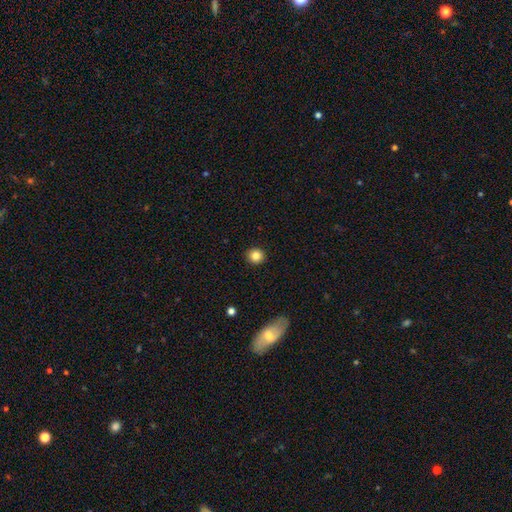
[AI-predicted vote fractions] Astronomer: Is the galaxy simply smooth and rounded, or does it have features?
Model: smooth — 85%.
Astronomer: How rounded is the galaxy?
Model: round — 91%.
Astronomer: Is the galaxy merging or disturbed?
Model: none — 92%.